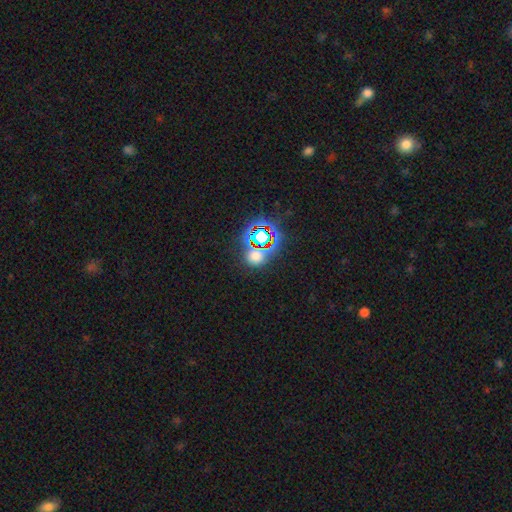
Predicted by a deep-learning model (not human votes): Smooth or featured?
  - star or artifact: 51% *
  - smooth: 41%
  - featured or disk: 8%